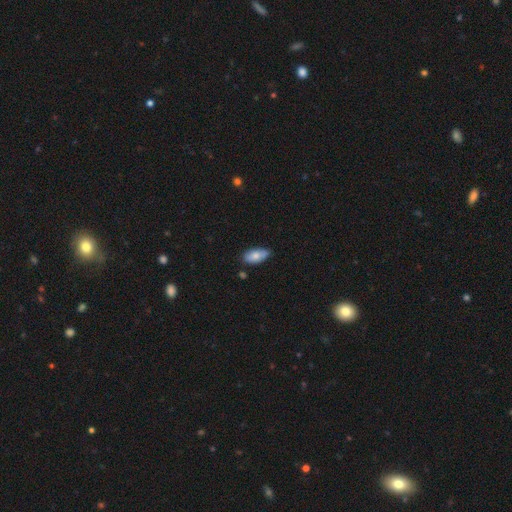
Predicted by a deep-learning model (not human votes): Q: Smooth or featured?
A: smooth (76%); runner-up: featured or disk (17%)
Q: How rounded?
A: in between (91%); runner-up: cigar-shaped (6%)
Q: Merging?
A: none (71%); runner-up: minor disturbance (23%)